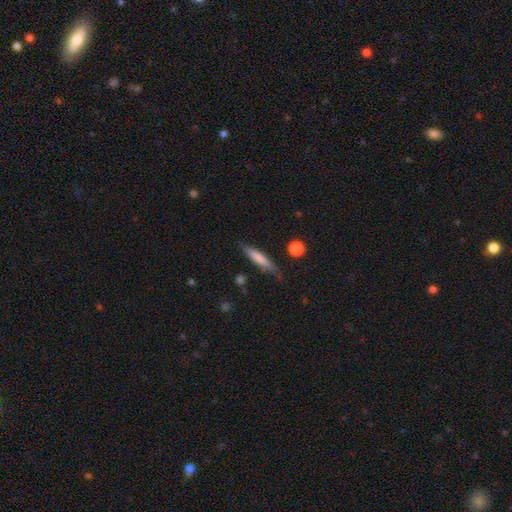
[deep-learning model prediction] Q: Smooth or featured?
A: smooth (64%); runner-up: featured or disk (30%)
Q: How rounded?
A: cigar-shaped (90%); runner-up: in between (8%)
Q: Merging?
A: none (76%); runner-up: minor disturbance (18%)